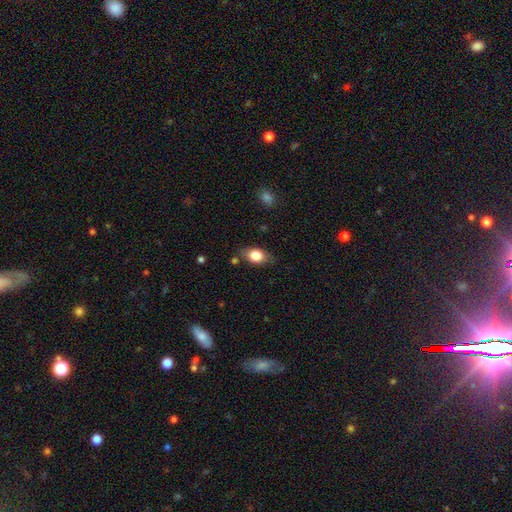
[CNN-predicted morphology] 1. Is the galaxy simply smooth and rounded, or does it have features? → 80% smooth, 12% featured or disk, 8% star or artifact.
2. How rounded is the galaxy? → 80% in between, 17% round, 3% cigar-shaped.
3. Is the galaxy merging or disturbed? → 75% none, 18% minor disturbance, 4% major disturbance, 3% merger.